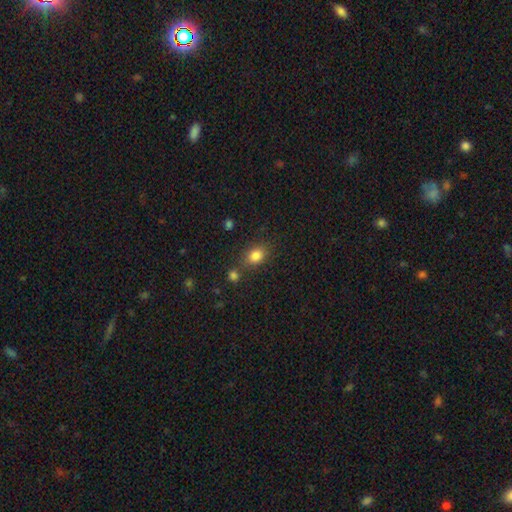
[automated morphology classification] Smooth or featured? Predicted: smooth (p=0.82). How rounded? Predicted: in between (p=0.68). Merging? Predicted: none (p=0.72).